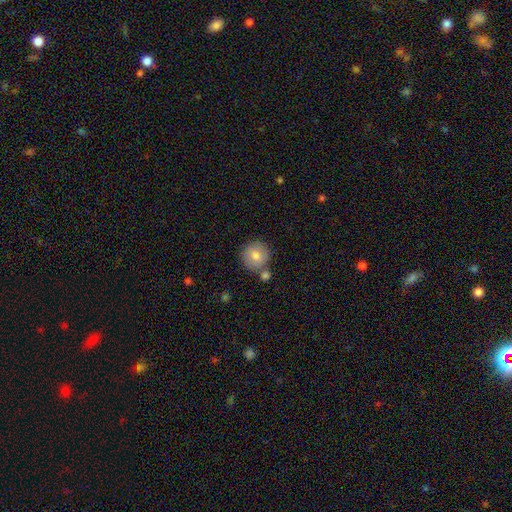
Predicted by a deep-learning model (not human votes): smooth 78%, featured or disk 14%, star or artifact 8%. Down the decision tree: how rounded — round (93%); merging — none (71%).